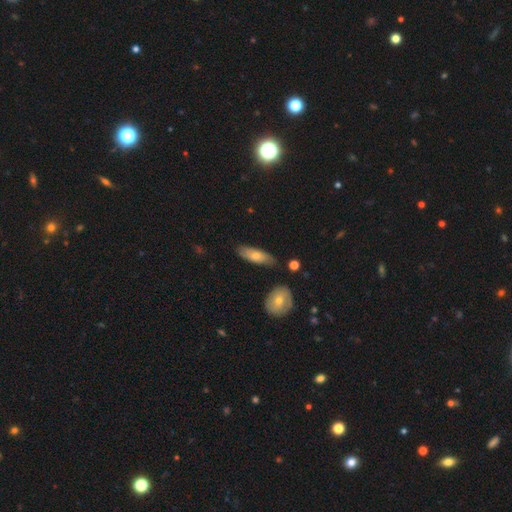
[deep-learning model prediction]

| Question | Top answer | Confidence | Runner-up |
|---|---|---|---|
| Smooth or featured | smooth | 68% | featured or disk (26%) |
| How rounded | in between | 60% | cigar-shaped (37%) |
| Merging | none | 75% | minor disturbance (17%) |